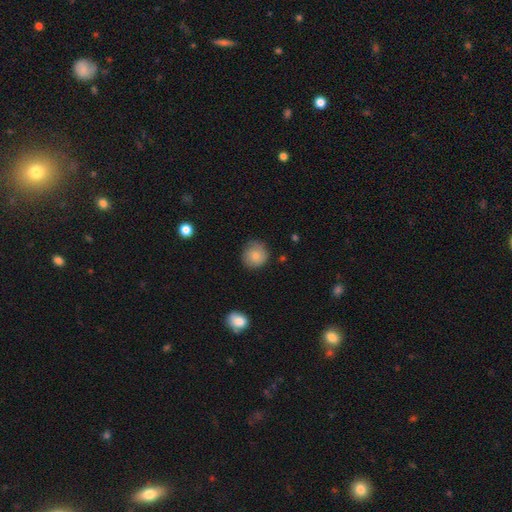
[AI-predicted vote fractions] Overall: smooth (78%). How rounded: round (90%). Merging: none (75%).